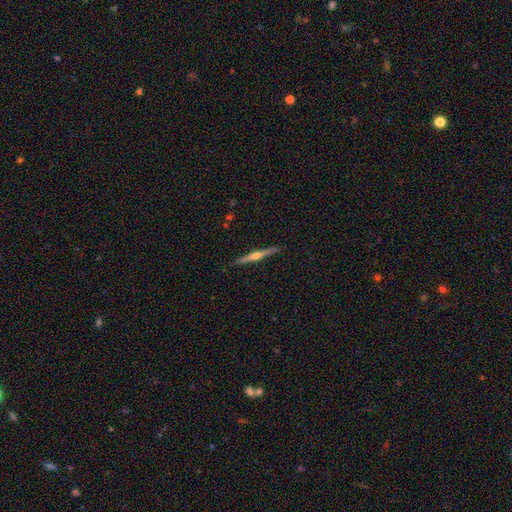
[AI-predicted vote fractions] Q: Smooth or featured?
A: featured or disk (69%); runner-up: smooth (25%)
Q: Edge-on disk?
A: yes (98%); runner-up: no (2%)
Q: Edge-on bulge?
A: rounded (83%); runner-up: none (10%)
Q: Merging?
A: none (90%); runner-up: minor disturbance (8%)